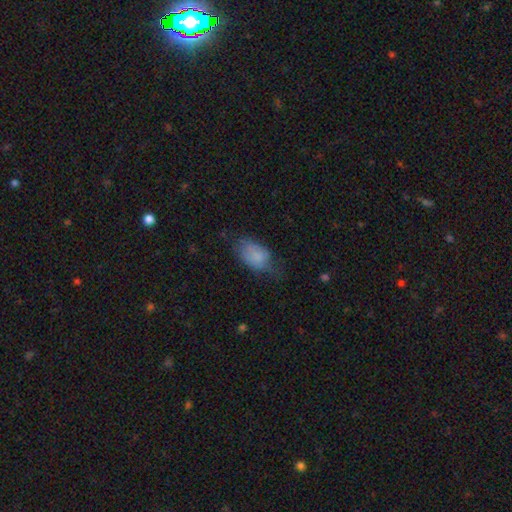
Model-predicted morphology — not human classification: smooth 77%, featured or disk 14%, star or artifact 9%. Down the decision tree: how rounded — in between (90%); merging — none (43%).